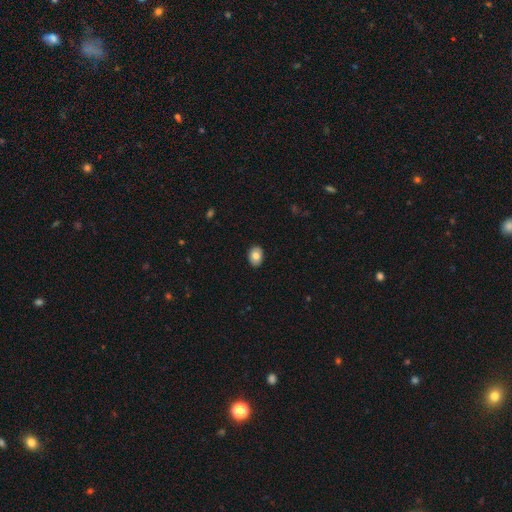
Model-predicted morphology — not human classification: This is clearly a smooth galaxy (81%). How rounded: likely in between (76%). Merging: clearly none (89%).